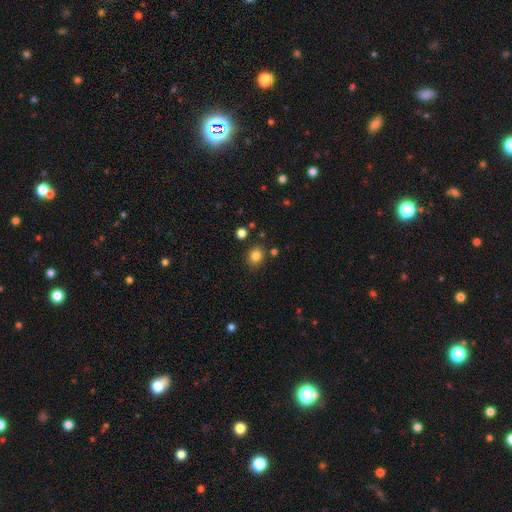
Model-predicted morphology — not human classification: smooth 82%, star or artifact 12%, featured or disk 6%. Down the decision tree: how rounded — round (63%); merging — none (84%).